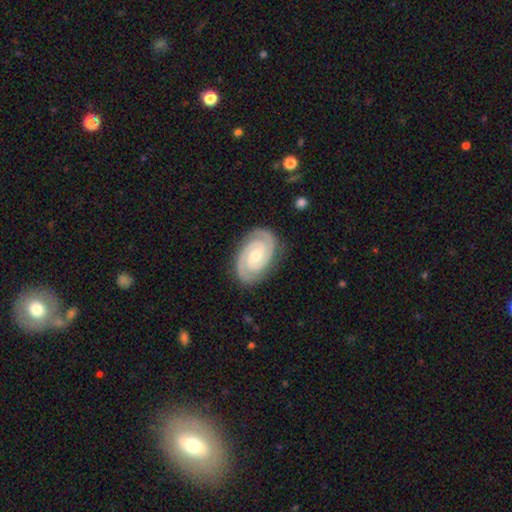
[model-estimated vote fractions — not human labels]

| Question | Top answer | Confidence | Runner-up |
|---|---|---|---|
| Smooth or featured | featured or disk | 91% | smooth (5%) |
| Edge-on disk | no | 98% | yes (2%) |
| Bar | no | 57% | weak (33%) |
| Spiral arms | yes | 98% | no (2%) |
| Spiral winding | tight | 77% | medium (21%) |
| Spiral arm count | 2 | 89% | 3 (5%) |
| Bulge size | small | 52% | moderate (43%) |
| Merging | none | 86% | minor disturbance (11%) |